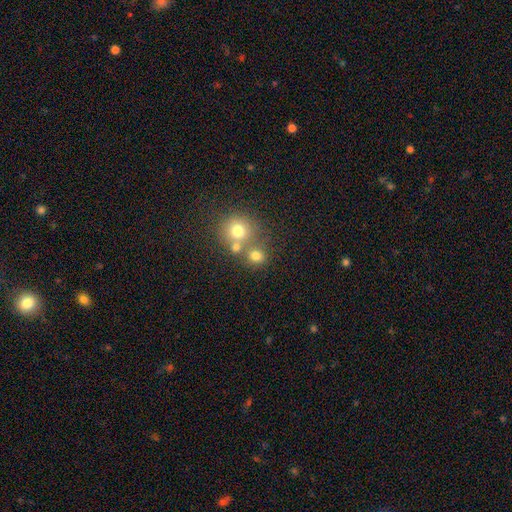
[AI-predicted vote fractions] Morphology: type=smooth (73%); roundness=round (78%); merging=none (53%).